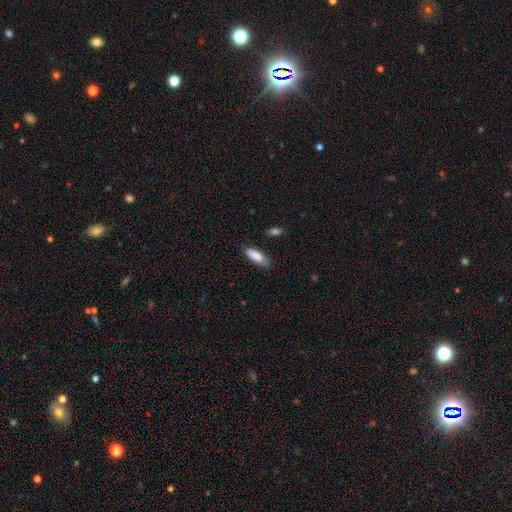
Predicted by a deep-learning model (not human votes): Smooth or featured?
  - smooth: 84% *
  - featured or disk: 10%
  - star or artifact: 6%
How rounded?
  - in between: 63% *
  - cigar-shaped: 36%
  - round: 2%
Merging?
  - none: 71% *
  - minor disturbance: 22%
  - major disturbance: 5%
  - merger: 2%